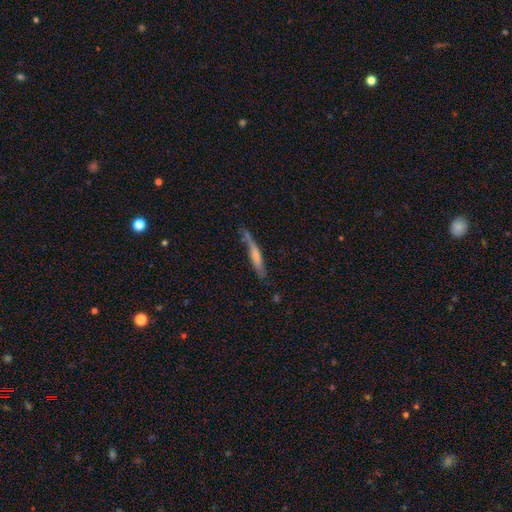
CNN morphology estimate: This is possibly a smooth galaxy (57%). How rounded: clearly cigar-shaped (92%). Merging: likely none (61%).